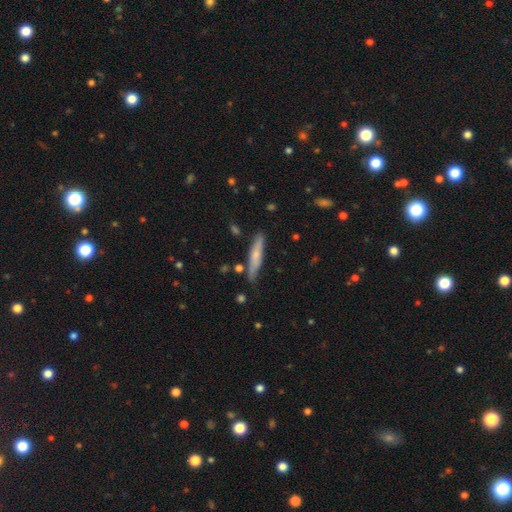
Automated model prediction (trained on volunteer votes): Smooth or featured? smooth (55%)
How rounded? cigar-shaped (88%)
Merging? none (79%)